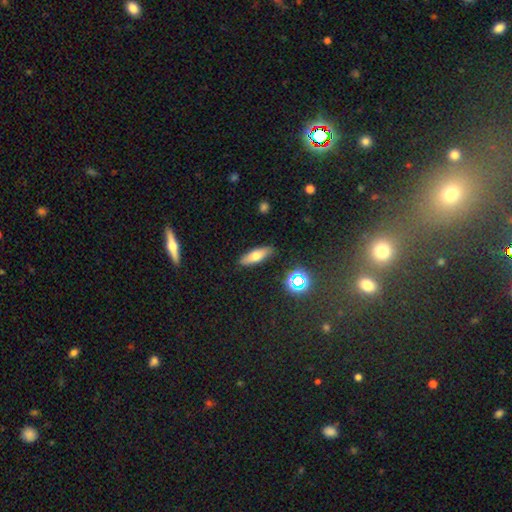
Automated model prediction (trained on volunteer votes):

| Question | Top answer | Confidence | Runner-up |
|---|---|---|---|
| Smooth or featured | smooth | 63% | featured or disk (26%) |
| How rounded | in between | 54% | cigar-shaped (42%) |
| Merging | none | 88% | minor disturbance (9%) |